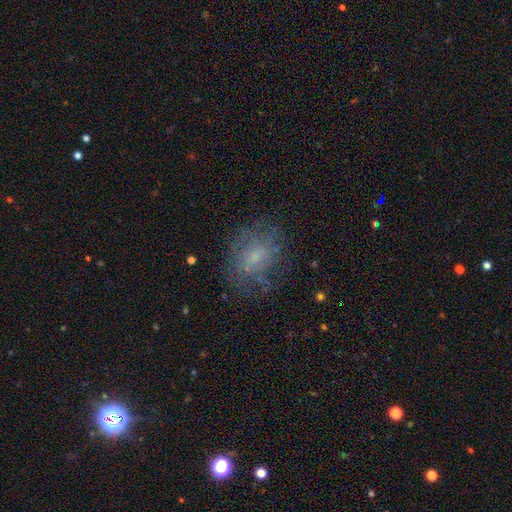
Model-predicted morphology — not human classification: A smooth galaxy with no disk features (46%).

Vote fractions:
- Smooth or featured? smooth: 46% / featured or disk: 40% / star or artifact: 14%
- Merging? none: 65% / minor disturbance: 19% / major disturbance: 14% / merger: 2%